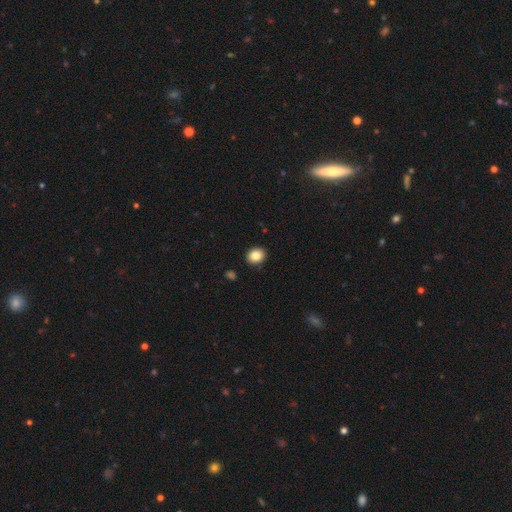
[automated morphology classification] A smooth galaxy with no disk features (85%) that is round (61%). Merging: none (91%).